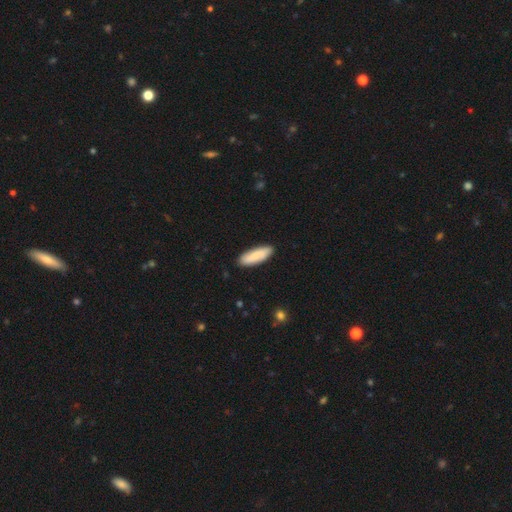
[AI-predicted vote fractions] smooth_or_featured: smooth (p=0.84) [alt: featured or disk p=0.11]
how_rounded: in between (p=0.58) [alt: cigar-shaped p=0.40]
merging: none (p=0.88) [alt: minor disturbance p=0.09]